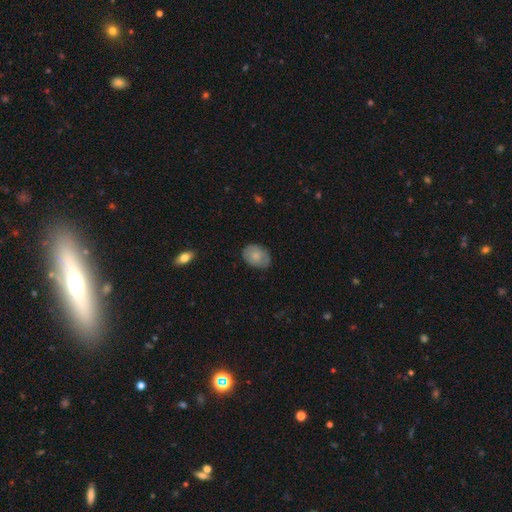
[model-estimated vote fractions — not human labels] The model was most divided on "how rounded": in between: 67%, round: 32%, cigar-shaped: 1%. More confident: smooth or featured — smooth (77%); merging — none (76%).